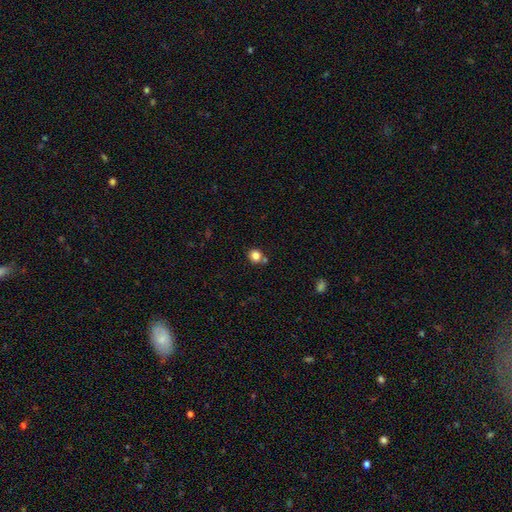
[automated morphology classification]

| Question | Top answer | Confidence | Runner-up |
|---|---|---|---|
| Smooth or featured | smooth | 82% | star or artifact (12%) |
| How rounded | round | 83% | in between (16%) |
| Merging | none | 71% | merger (15%) |